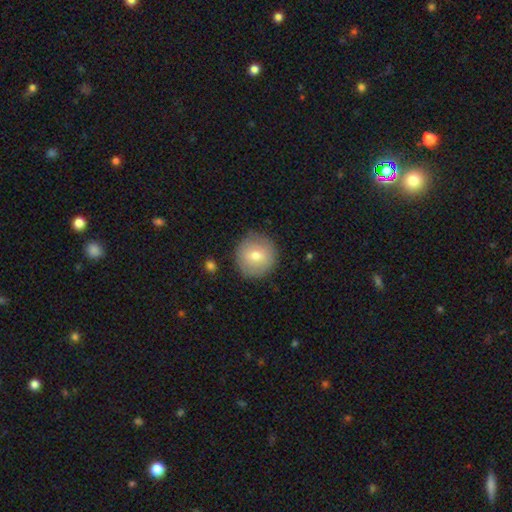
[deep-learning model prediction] Overall: smooth (74%). How rounded: round (94%). Merging: none (86%).